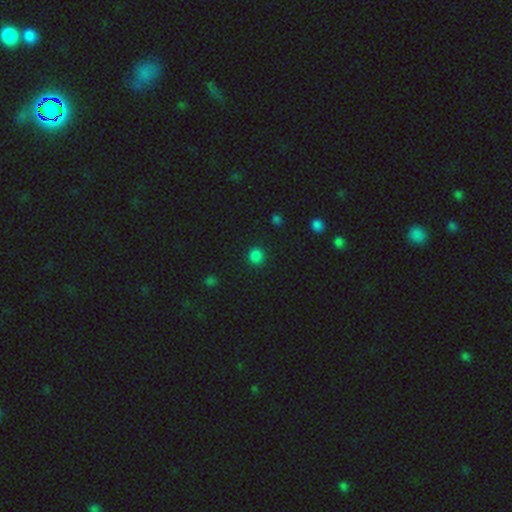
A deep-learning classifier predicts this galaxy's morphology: This is clearly a smooth galaxy (82%). How rounded: clearly round (89%). Merging: clearly none (90%).